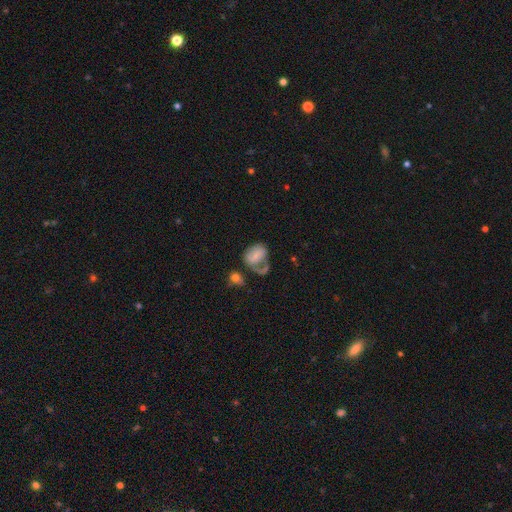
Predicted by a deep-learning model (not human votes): smooth-or-featured: smooth: 58% | featured or disk: 33% | star or artifact: 10%
  how-rounded: in between: 64% | round: 35% | cigar-shaped: 1%
  merging: major disturbance: 37% | none: 26% | minor disturbance: 20% | merger: 17%